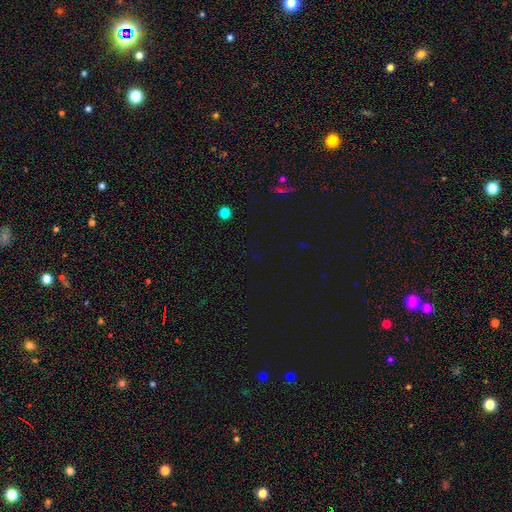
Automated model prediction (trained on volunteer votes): Smooth or featured: star or artifact — 68% (smooth — 26%)